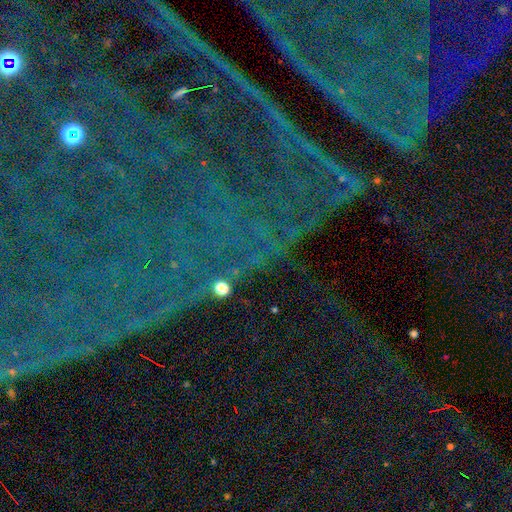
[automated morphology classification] type=star or artifact (86%).